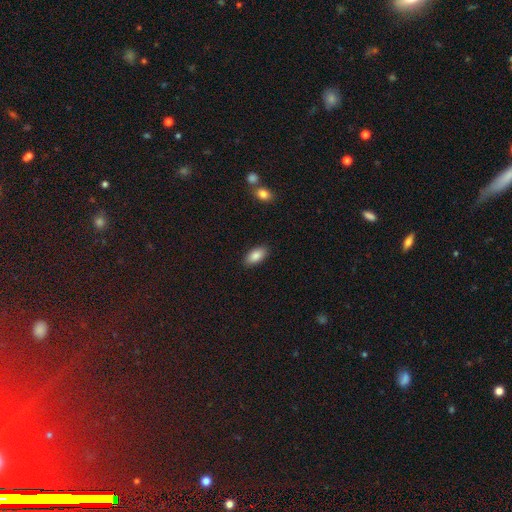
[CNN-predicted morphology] Overall: smooth (87%). How rounded: in between (92%). Merging: none (88%).